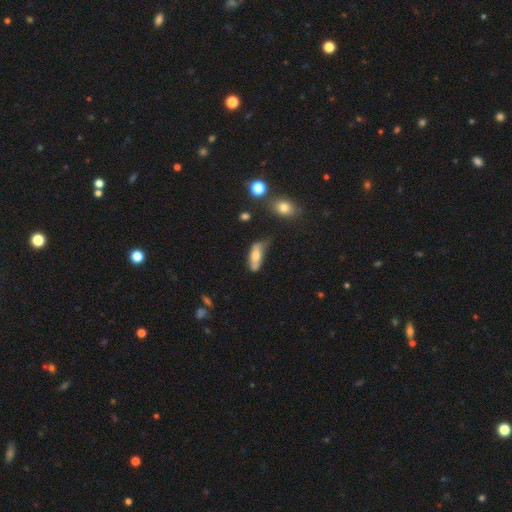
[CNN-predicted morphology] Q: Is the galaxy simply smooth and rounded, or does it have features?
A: smooth — 65%.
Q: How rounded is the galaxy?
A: in between — 71%.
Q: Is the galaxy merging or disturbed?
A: none — 38%.